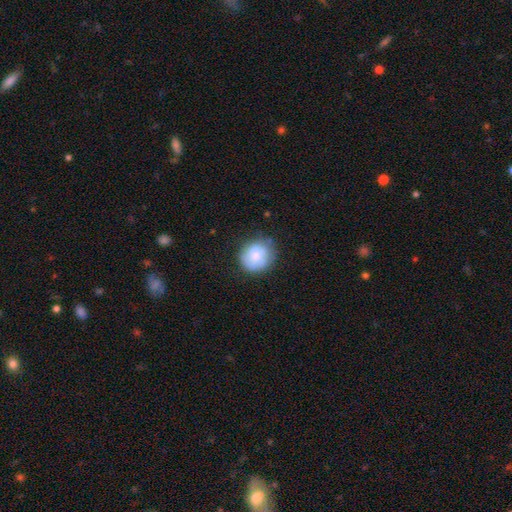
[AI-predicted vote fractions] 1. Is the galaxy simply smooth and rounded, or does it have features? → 70% smooth, 22% featured or disk, 8% star or artifact.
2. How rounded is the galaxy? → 83% round, 16% in between, 1% cigar-shaped.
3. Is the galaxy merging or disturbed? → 73% none, 20% minor disturbance, 5% major disturbance, 2% merger.